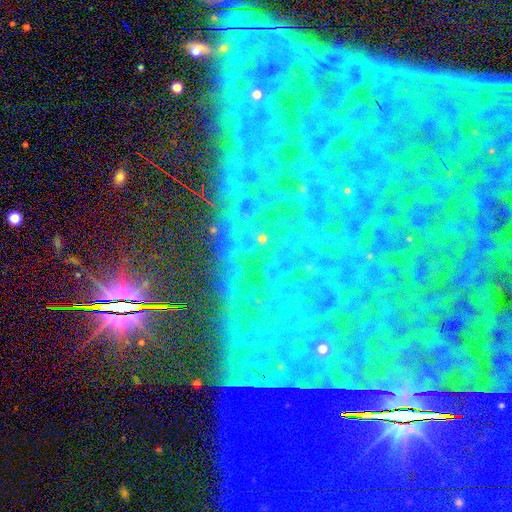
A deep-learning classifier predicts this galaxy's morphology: A star or artifact, not a galaxy (83%).

Vote fractions:
- Smooth or featured? star or artifact: 83% / featured or disk: 9% / smooth: 7%